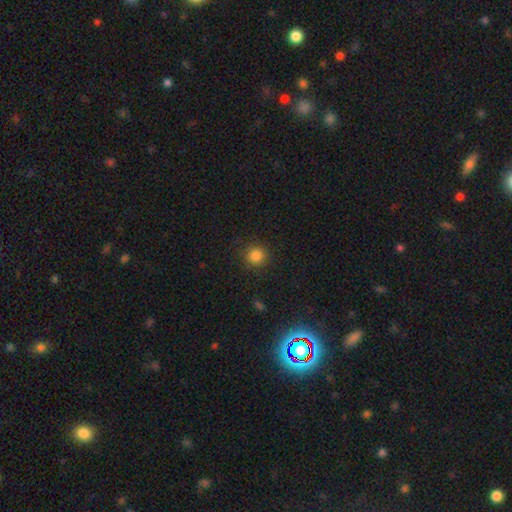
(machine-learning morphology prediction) Smooth or featured?
  - smooth: 83% *
  - star or artifact: 13%
  - featured or disk: 5%
How rounded?
  - round: 92% *
  - in between: 7%
  - cigar-shaped: 1%
Merging?
  - none: 89% *
  - minor disturbance: 7%
  - major disturbance: 3%
  - merger: 1%